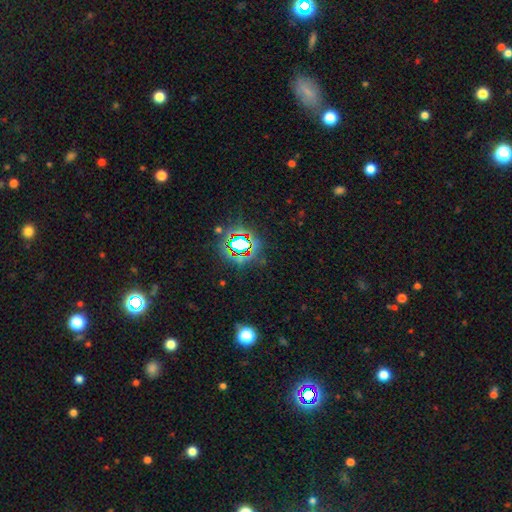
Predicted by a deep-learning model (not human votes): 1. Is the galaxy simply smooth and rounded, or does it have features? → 79% star or artifact, 13% smooth, 8% featured or disk.